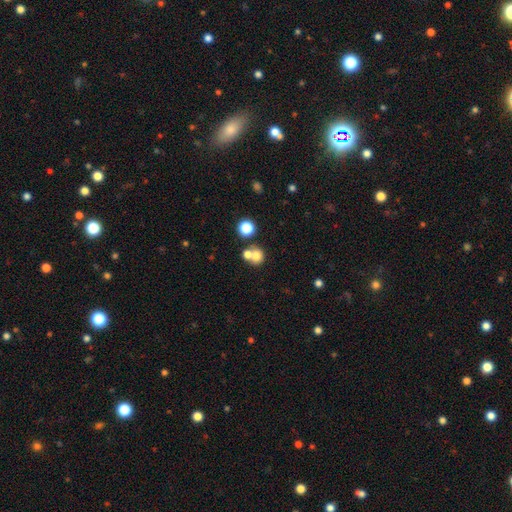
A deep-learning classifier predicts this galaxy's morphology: The model was most divided on "merging" (2-way tie): none: 45%, merger: 45%, minor disturbance: 7%, major disturbance: 4%. More confident: how rounded — round (82%); smooth or featured — smooth (72%).